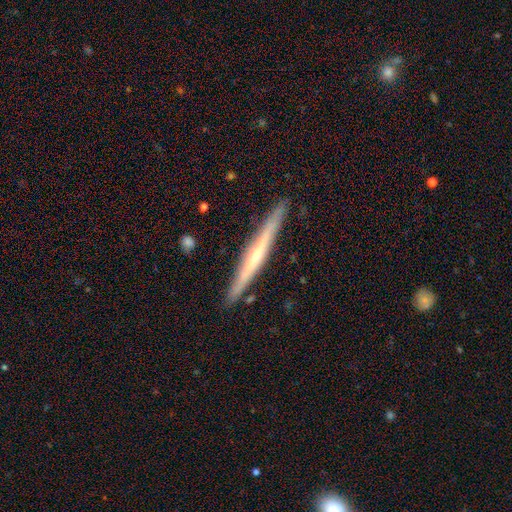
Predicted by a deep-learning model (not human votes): Overall: featured or disk (65%; smooth 30%). Edge-on disk: yes (97%). Edge-on bulge: none (46%; rounded 45%). Merging: none (91%).